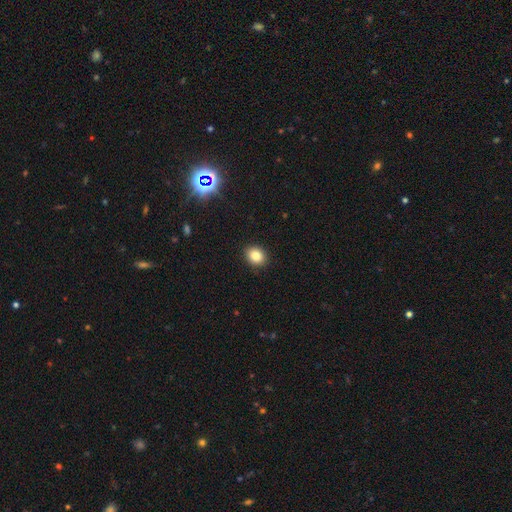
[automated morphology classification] A smooth galaxy with no disk features (84%) that is round (60%).

Vote fractions:
- Smooth or featured? smooth: 84% / star or artifact: 11% / featured or disk: 6%
- How rounded? round: 60% / in between: 39% / cigar-shaped: 1%
- Merging? none: 91% / minor disturbance: 6% / major disturbance: 2% / merger: 1%